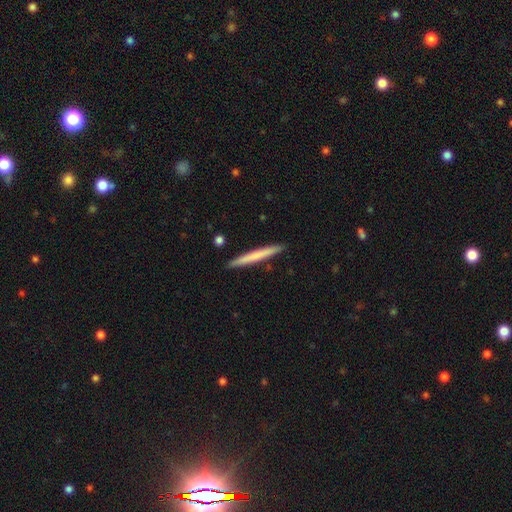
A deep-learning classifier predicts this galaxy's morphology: smooth 65%, featured or disk 30%, star or artifact 5%. Down the decision tree: how rounded — cigar-shaped (97%); merging — none (92%).